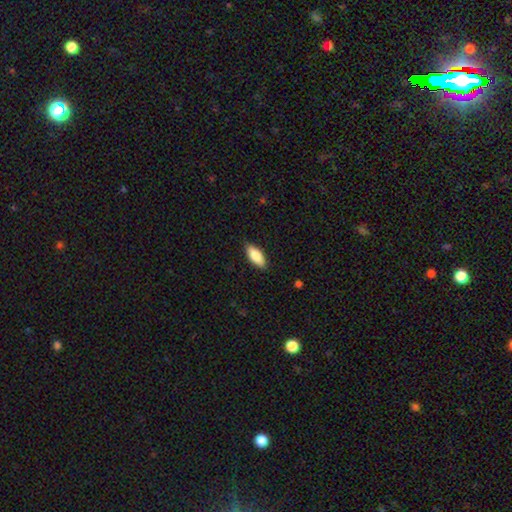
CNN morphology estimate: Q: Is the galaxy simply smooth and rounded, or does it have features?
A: smooth — 79%.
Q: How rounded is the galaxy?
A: in between — 79%.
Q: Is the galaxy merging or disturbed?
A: none — 87%.